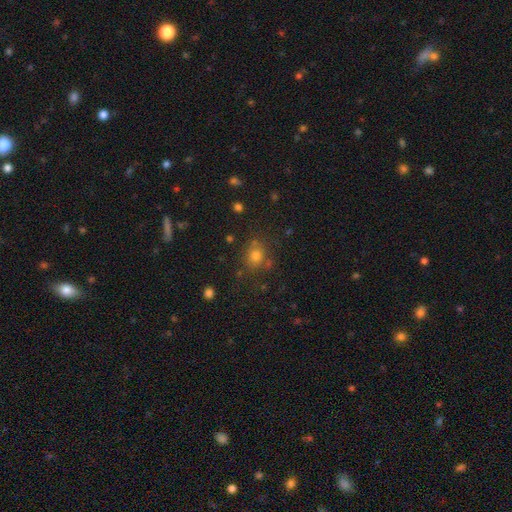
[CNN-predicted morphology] A smooth galaxy with no disk features (71%) that is round (66%).

Vote fractions:
- Smooth or featured? smooth: 71% / star or artifact: 20% / featured or disk: 9%
- How rounded? round: 66% / in between: 33% / cigar-shaped: 1%
- Merging? none: 75% / minor disturbance: 14% / merger: 6% / major disturbance: 5%